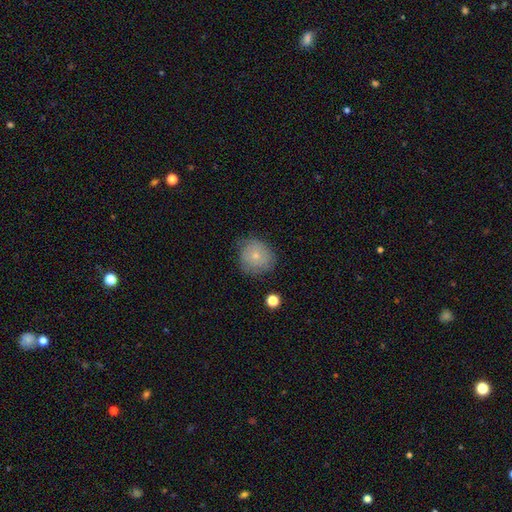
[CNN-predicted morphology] smooth-or-featured: smooth: 70% | featured or disk: 22% | star or artifact: 9%
  how-rounded: round: 87% | in between: 12% | cigar-shaped: 1%
  merging: none: 68% | minor disturbance: 24% | major disturbance: 7% | merger: 2%